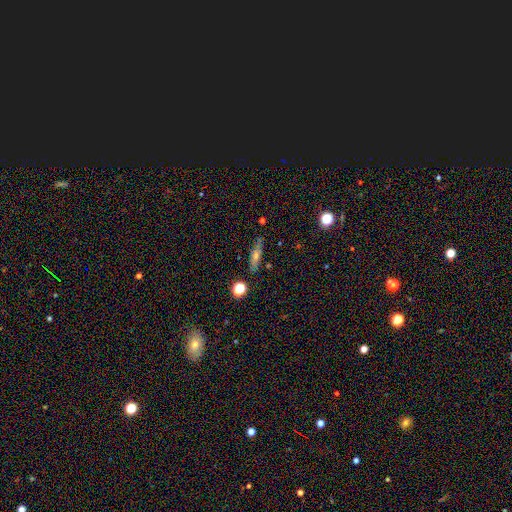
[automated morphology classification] The model was most divided on "smooth or featured": smooth: 45%, featured or disk: 43%, star or artifact: 12%. More confident: merging — none (84%).